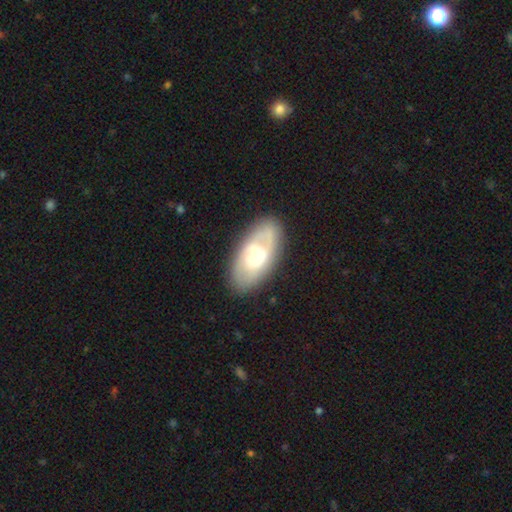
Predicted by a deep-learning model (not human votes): This appears to be a featured or disk galaxy (61%) with no bar (59%), spiral arms (76%) and a moderate central bulge (58%). Merging: none (82%).